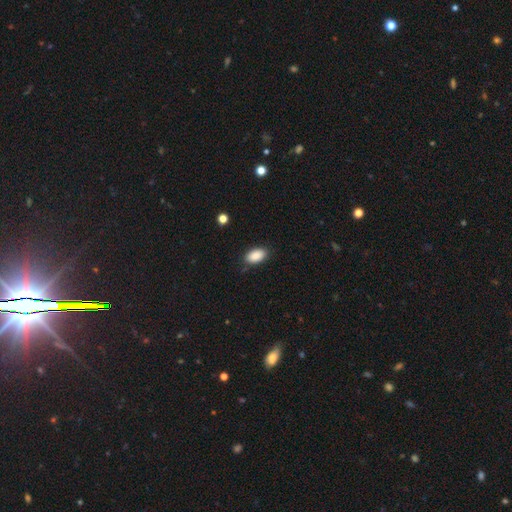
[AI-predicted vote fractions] Morphology: type=smooth (89%); roundness=in between (93%); merging=none (84%).